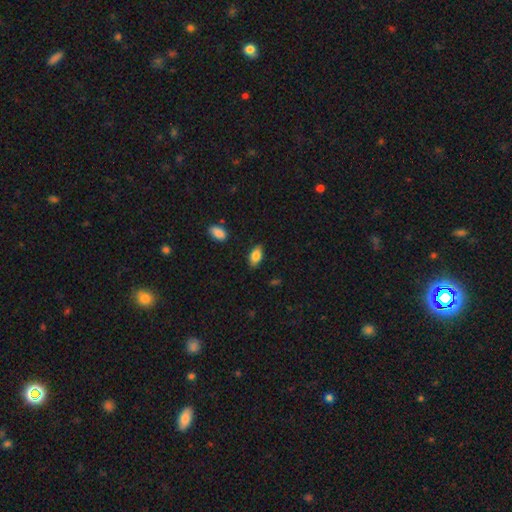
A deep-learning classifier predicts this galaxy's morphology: The model was most divided on "merging": none: 84%, minor disturbance: 12%, major disturbance: 2%, merger: 2%. More confident: how rounded — in between (91%); smooth or featured — smooth (84%).